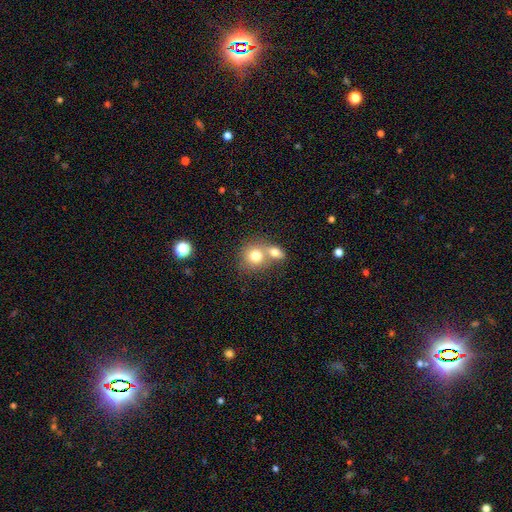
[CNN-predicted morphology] smooth 76%, featured or disk 14%, star or artifact 10%. Down the decision tree: how rounded — round (78%); merging — merger (56%).